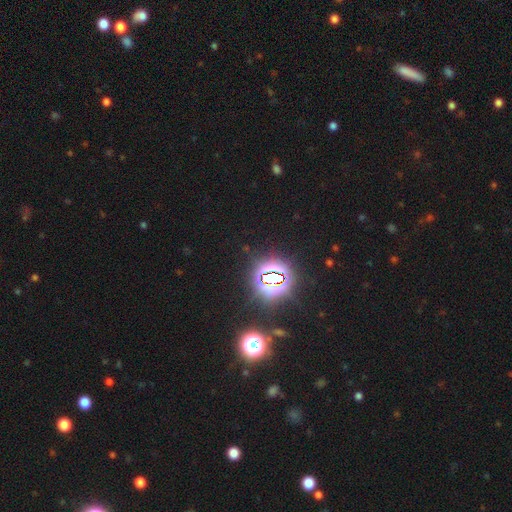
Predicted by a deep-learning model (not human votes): Smooth or featured?
  - star or artifact: 78% *
  - smooth: 16%
  - featured or disk: 6%